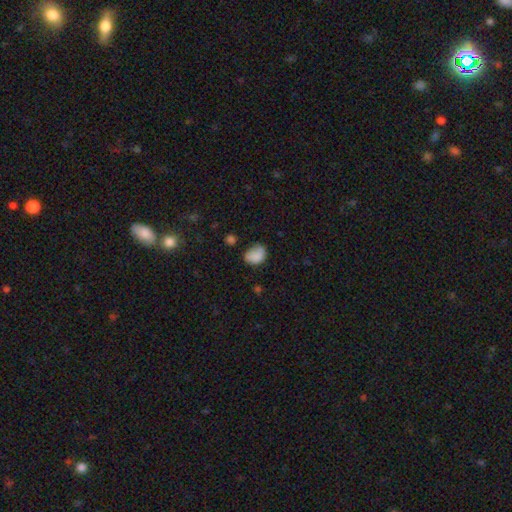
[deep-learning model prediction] Q: Smooth or featured?
A: smooth (83%); runner-up: star or artifact (9%)
Q: How rounded?
A: in between (57%); runner-up: round (42%)
Q: Merging?
A: none (56%); runner-up: minor disturbance (31%)